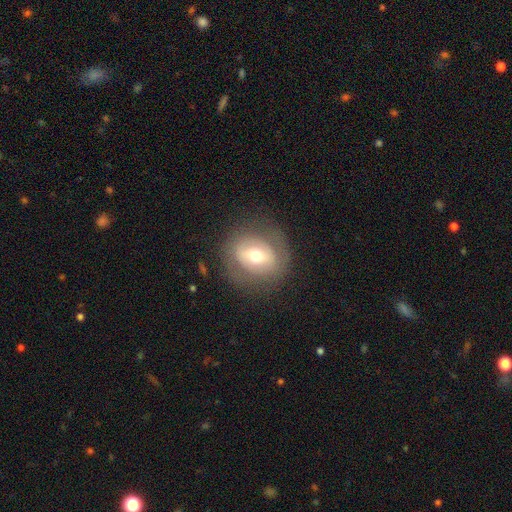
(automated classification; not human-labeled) Smooth or featured? featured or disk (48%)
Merging? none (77%)